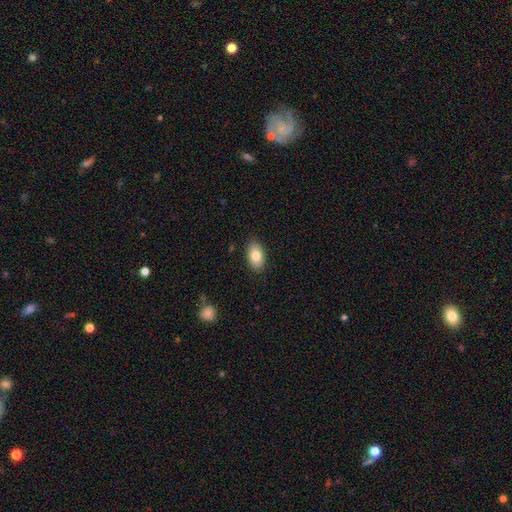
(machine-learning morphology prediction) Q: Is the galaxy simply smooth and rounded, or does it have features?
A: smooth — 80%.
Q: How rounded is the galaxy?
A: in between — 93%.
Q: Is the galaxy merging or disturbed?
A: none — 87%.